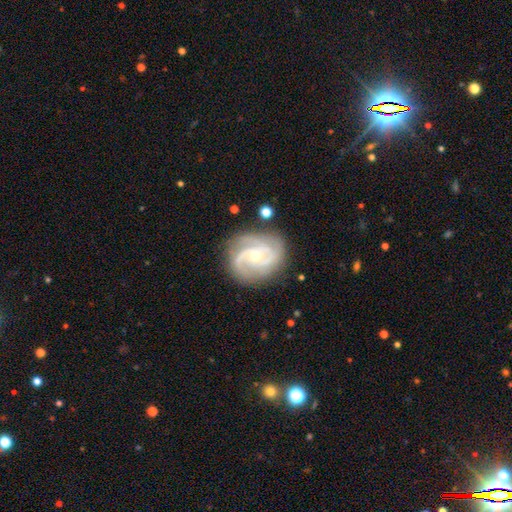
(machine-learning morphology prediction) This is clearly a featured or disk galaxy (90%). It is clearly not viewed edge-on (98%). Bar: likely no (60%). Spiral arm pattern: clearly yes (98%). Spiral arm count: possibly 3 (47%). Spiral winding: possibly tight (54%). Central bulge: possibly small (58%). Merging: likely none (78%).